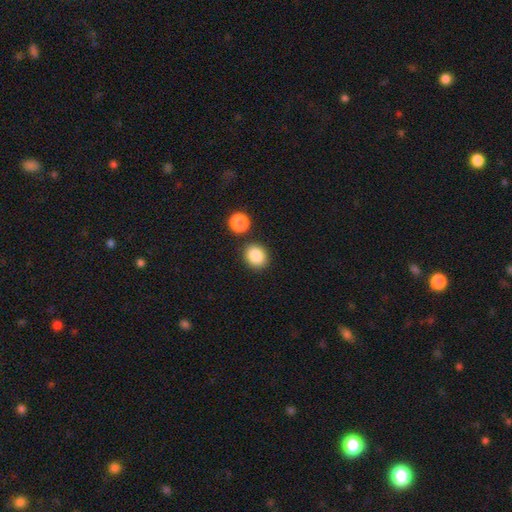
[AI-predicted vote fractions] smooth_or_featured: smooth (p=0.86) [alt: star or artifact p=0.09]
how_rounded: round (p=0.73) [alt: in between p=0.26]
merging: none (p=0.80) [alt: minor disturbance p=0.09]